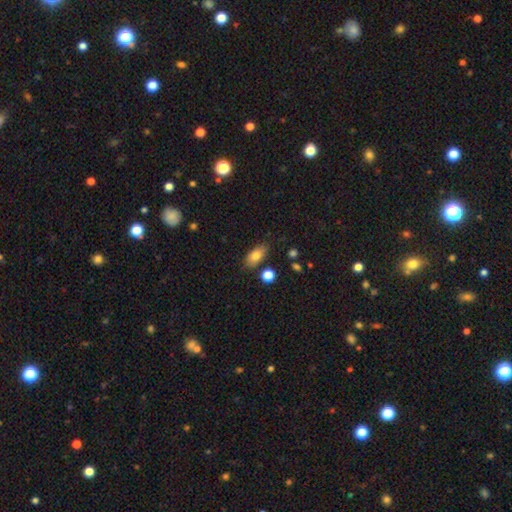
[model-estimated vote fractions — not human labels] The model was most divided on "merging": none: 79%, minor disturbance: 13%, merger: 5%, major disturbance: 3%. More confident: how rounded — in between (87%); smooth or featured — smooth (79%).